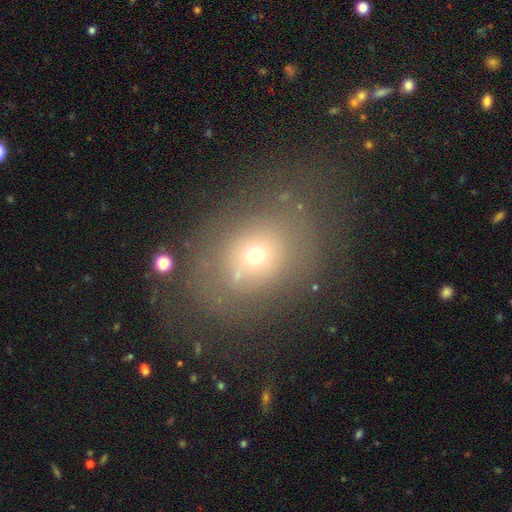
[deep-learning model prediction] Smooth or featured: smooth — 60% (star or artifact — 20%)
How rounded: round — 53% (in between — 46%)
Merging: none — 64% (minor disturbance — 17%)